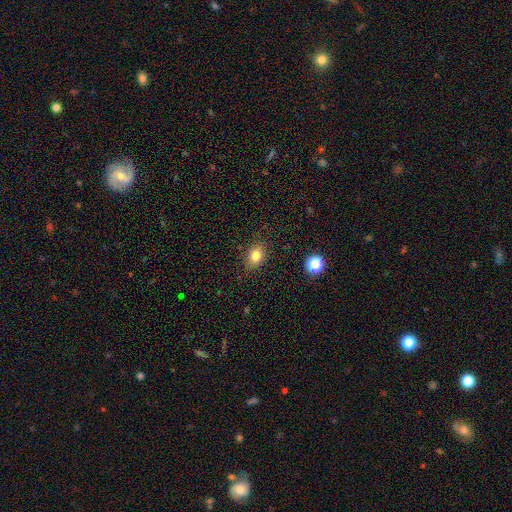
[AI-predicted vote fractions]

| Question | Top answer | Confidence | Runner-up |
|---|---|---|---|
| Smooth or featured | smooth | 80% | star or artifact (11%) |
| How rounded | in between | 66% | round (32%) |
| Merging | none | 86% | minor disturbance (10%) |